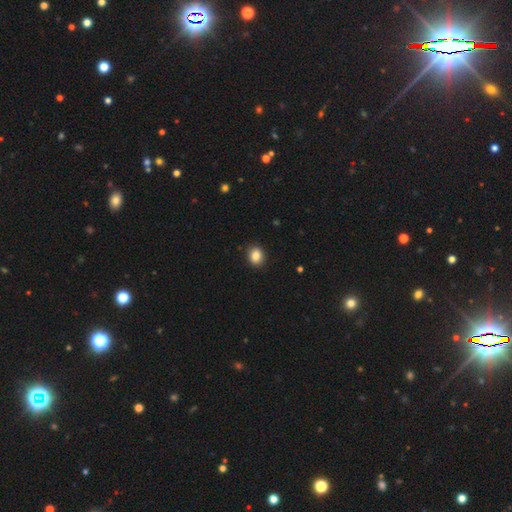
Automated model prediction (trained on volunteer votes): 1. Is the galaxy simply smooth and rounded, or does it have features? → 86% smooth, 9% star or artifact, 4% featured or disk.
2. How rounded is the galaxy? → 61% round, 38% in between, 1% cigar-shaped.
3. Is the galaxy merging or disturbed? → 90% none, 7% minor disturbance, 2% major disturbance, 1% merger.